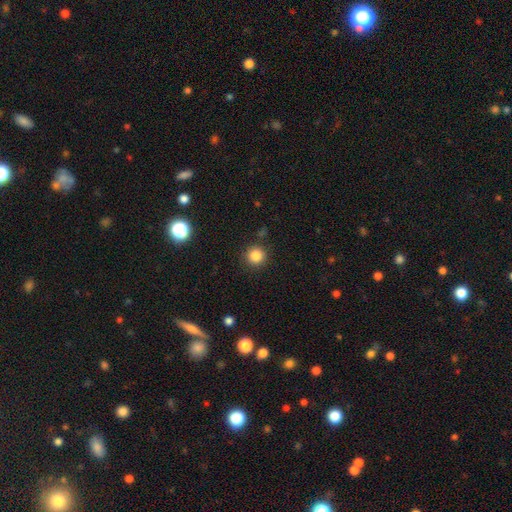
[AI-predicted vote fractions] smooth-or-featured: smooth: 84% | star or artifact: 12% | featured or disk: 4%
  how-rounded: round: 94% | in between: 5% | cigar-shaped: 1%
  merging: none: 89% | minor disturbance: 7% | major disturbance: 2% | merger: 2%